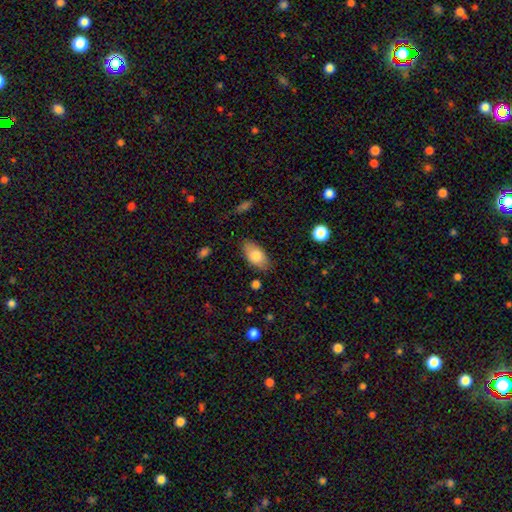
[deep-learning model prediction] This appears to be a smooth galaxy with no disk features (78%) that is in between round and cigar-shaped (92%). Merging: none (81%).